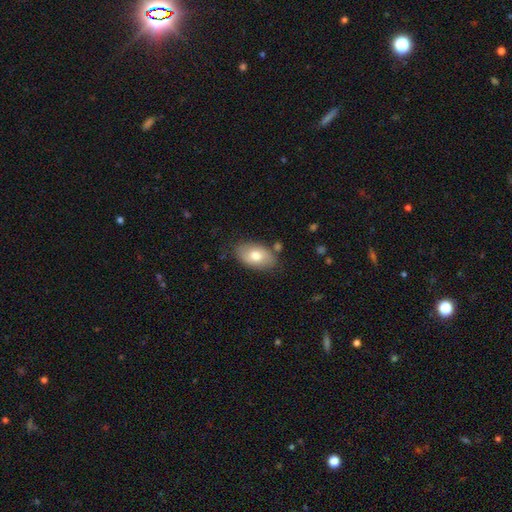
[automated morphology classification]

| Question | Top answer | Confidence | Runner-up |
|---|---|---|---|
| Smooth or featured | smooth | 73% | featured or disk (21%) |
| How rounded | in between | 93% | round (6%) |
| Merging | none | 78% | minor disturbance (15%) |